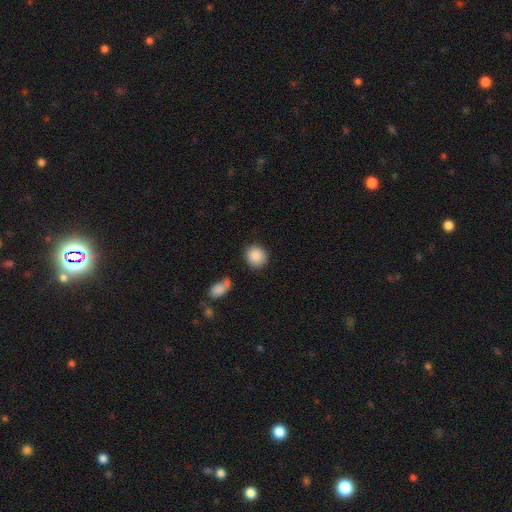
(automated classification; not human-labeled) A smooth galaxy with no disk features (88%) that is round (88%).

Vote fractions:
- Smooth or featured? smooth: 88% / star or artifact: 7% / featured or disk: 5%
- How rounded? round: 88% / in between: 11% / cigar-shaped: 1%
- Merging? none: 84% / minor disturbance: 9% / merger: 4% / major disturbance: 3%